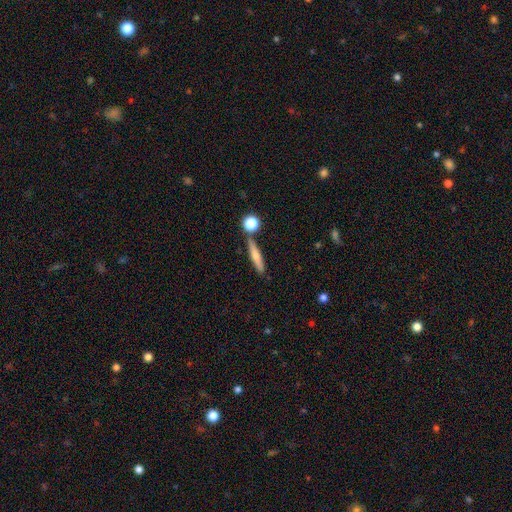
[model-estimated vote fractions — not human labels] Smooth or featured? smooth (63%)
How rounded? cigar-shaped (84%)
Merging? none (79%)